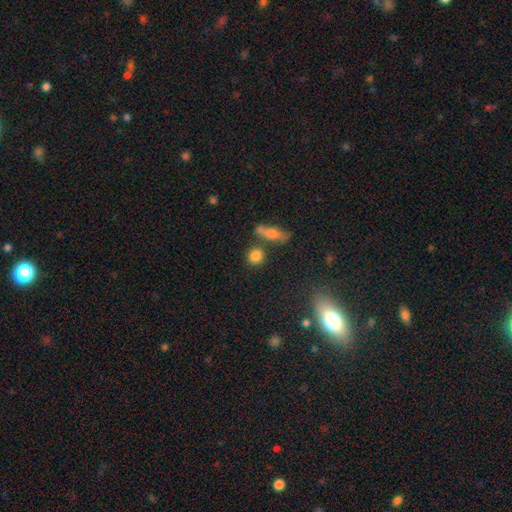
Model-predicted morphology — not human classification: The model was most divided on "merging": none: 74%, merger: 12%, minor disturbance: 10%, major disturbance: 4%. More confident: smooth or featured — smooth (83%); how rounded — round (82%).